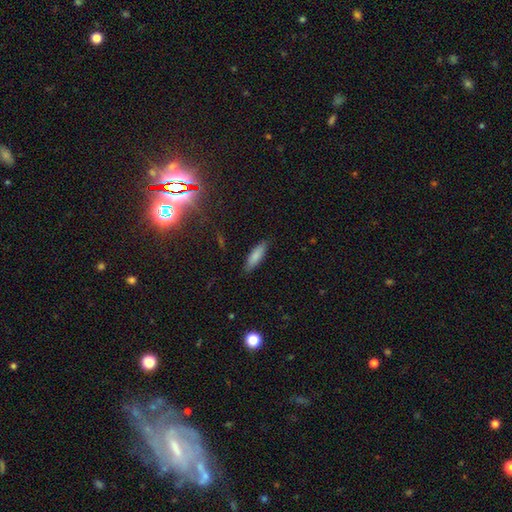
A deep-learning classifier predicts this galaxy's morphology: Smooth or featured? smooth (83%)
How rounded? cigar-shaped (55%)
Merging? none (85%)